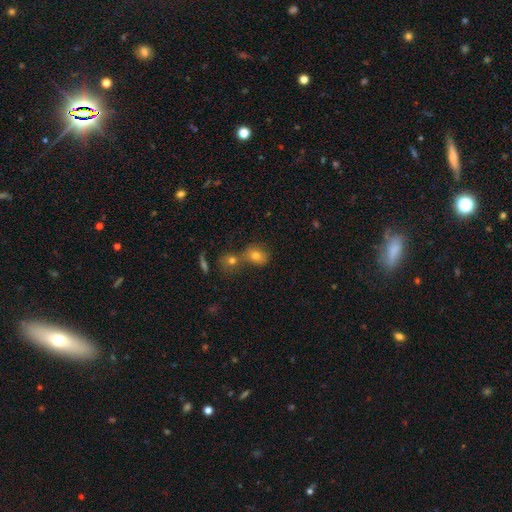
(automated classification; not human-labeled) Q: Smooth or featured?
A: smooth (75%); runner-up: star or artifact (13%)
Q: How rounded?
A: round (54%); runner-up: in between (44%)
Q: Merging?
A: none (43%); tied with: merger (43%)